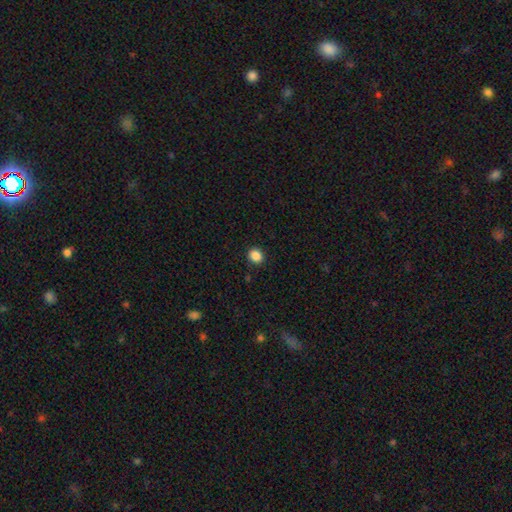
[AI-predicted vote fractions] Overall: smooth (87%). How rounded: round (72%). Merging: none (91%).